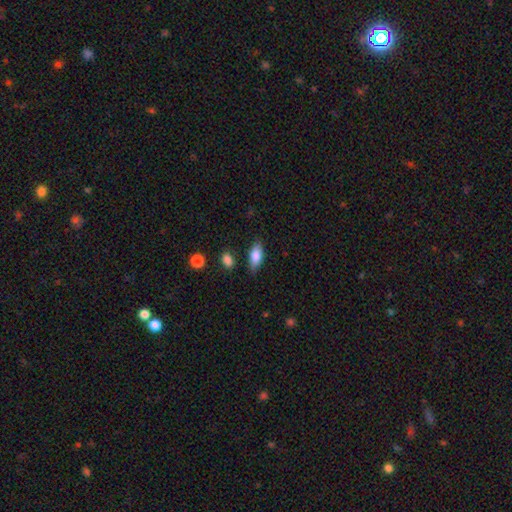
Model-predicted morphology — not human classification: smooth-or-featured: smooth: 81% | featured or disk: 12% | star or artifact: 7%
  how-rounded: in between: 83% | cigar-shaped: 14% | round: 3%
  merging: none: 76% | minor disturbance: 17% | major disturbance: 4% | merger: 3%